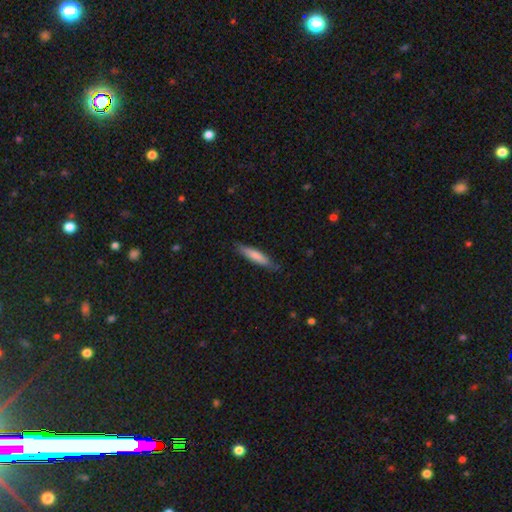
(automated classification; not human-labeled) Q: Smooth or featured?
A: smooth (73%); runner-up: featured or disk (22%)
Q: How rounded?
A: cigar-shaped (84%); runner-up: in between (14%)
Q: Merging?
A: none (81%); runner-up: minor disturbance (15%)